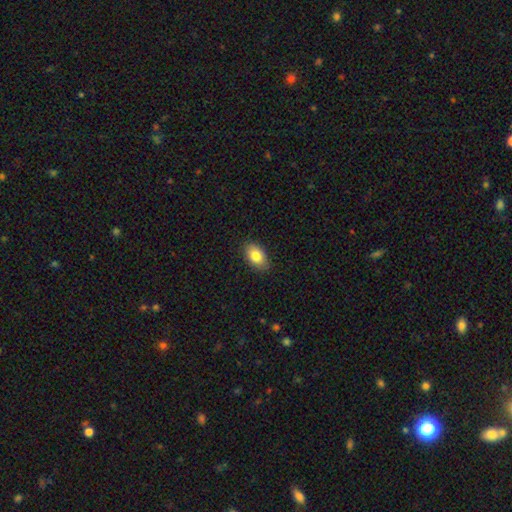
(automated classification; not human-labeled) This appears to be a smooth galaxy with no disk features (83%) that is in between round and cigar-shaped (89%). Merging: none (87%).